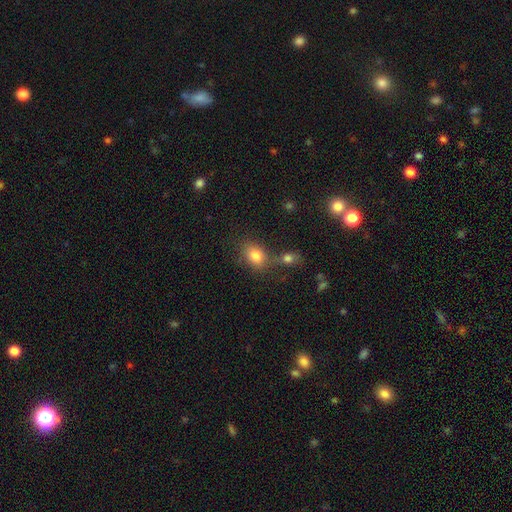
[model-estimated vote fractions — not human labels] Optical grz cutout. It shows a smooth galaxy with no disk features (80%) that is in between round and cigar-shaped (61%). Merging: none (52%).